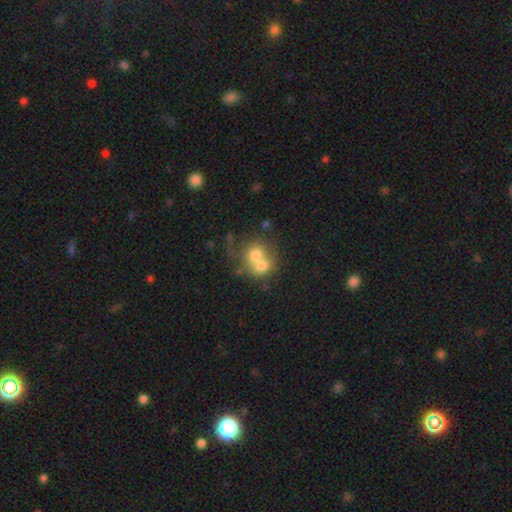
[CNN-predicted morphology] type=smooth (67%); roundness=round (73%); merging=merger (65%).